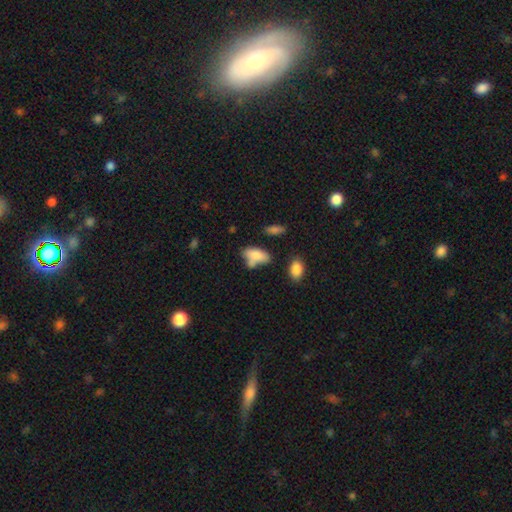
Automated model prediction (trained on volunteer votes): Smooth or featured?
  - smooth: 79% *
  - featured or disk: 12%
  - star or artifact: 8%
How rounded?
  - in between: 89% *
  - cigar-shaped: 7%
  - round: 4%
Merging?
  - none: 42% *
  - merger: 24%
  - minor disturbance: 24%
  - major disturbance: 10%